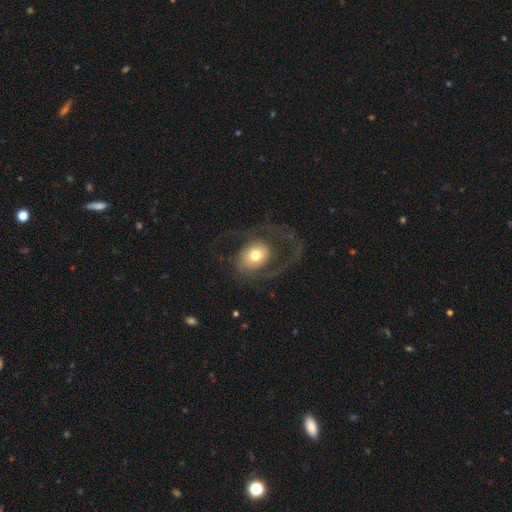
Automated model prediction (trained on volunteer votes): Overall: featured or disk (54%; smooth 39%). Edge-on disk: no (96%). Bar: no (77%). Spiral arms: yes (73%). Bulge size: moderate (64%). Merging: major disturbance (43%; none 41%).